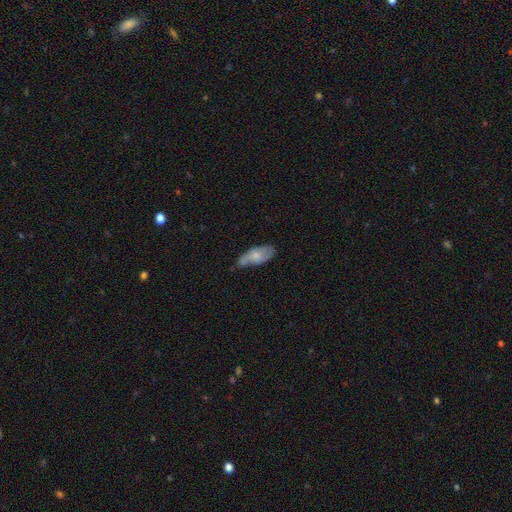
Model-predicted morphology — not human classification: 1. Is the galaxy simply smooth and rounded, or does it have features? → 57% smooth, 36% featured or disk, 6% star or artifact.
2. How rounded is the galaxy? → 83% in between, 14% cigar-shaped, 3% round.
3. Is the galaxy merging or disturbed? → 50% none, 36% minor disturbance, 10% major disturbance, 5% merger.